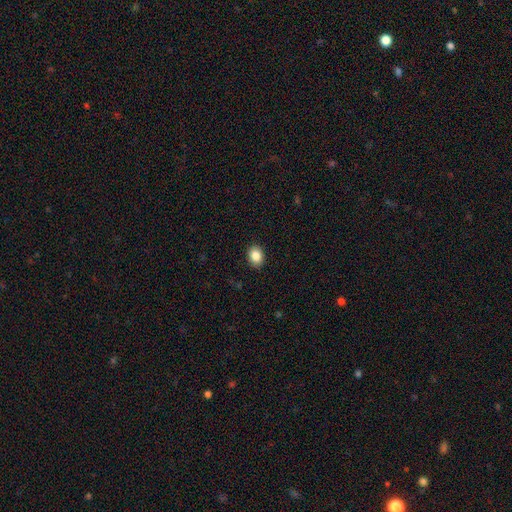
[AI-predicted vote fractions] Morphology: type=smooth (87%); roundness=in between (62%); merging=none (90%).